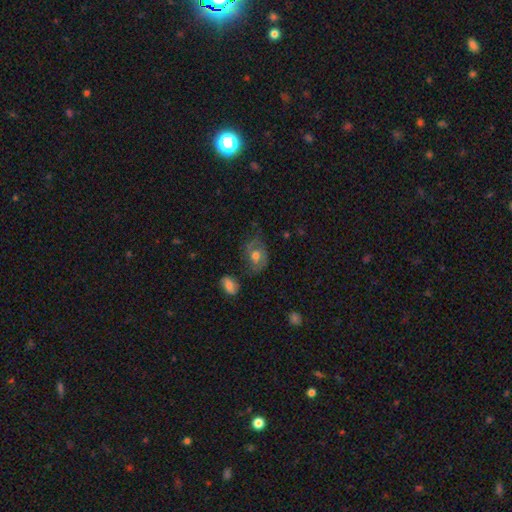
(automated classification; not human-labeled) featured or disk 47%, smooth 44%, star or artifact 9%. Down the decision tree: merging — none (54%).